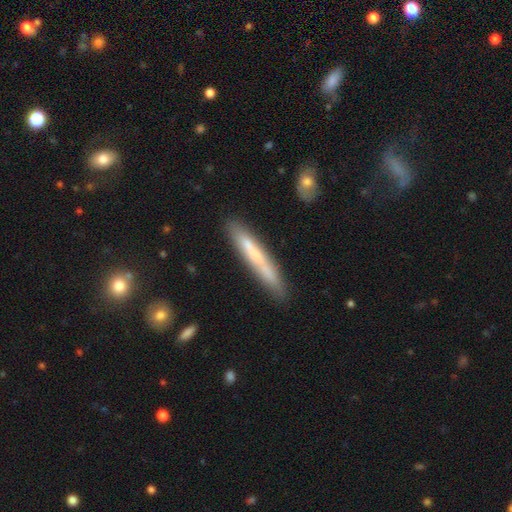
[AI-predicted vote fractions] Overall: smooth (58%; featured or disk 35%). How rounded: cigar-shaped (95%). Merging: none (80%).